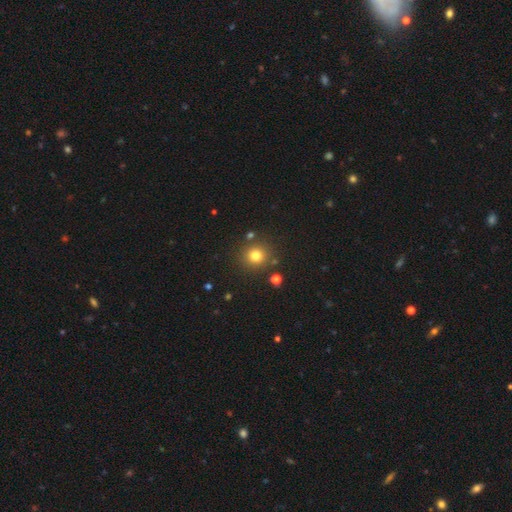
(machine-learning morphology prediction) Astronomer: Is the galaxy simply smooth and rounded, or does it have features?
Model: smooth — 79%.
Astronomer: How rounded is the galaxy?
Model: round — 91%.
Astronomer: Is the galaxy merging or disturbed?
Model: none — 85%.